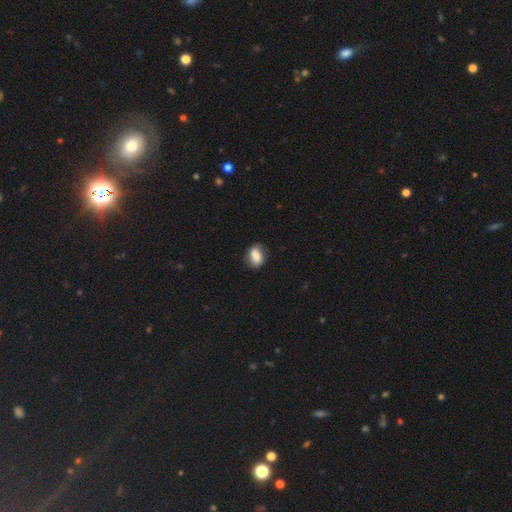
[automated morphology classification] This is likely a smooth galaxy (78%). How rounded: likely in between (77%). Merging: likely none (77%).